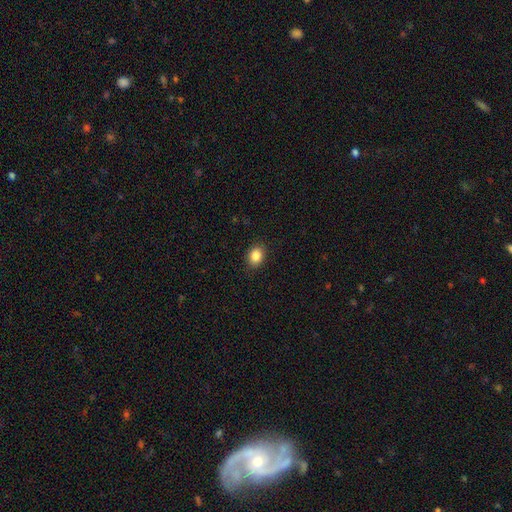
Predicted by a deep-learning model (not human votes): Q: Smooth or featured?
A: smooth (87%); runner-up: star or artifact (9%)
Q: How rounded?
A: in between (60%); runner-up: round (39%)
Q: Merging?
A: none (89%); runner-up: minor disturbance (8%)